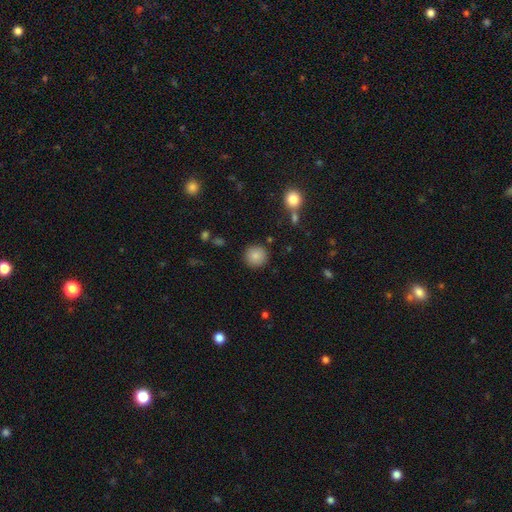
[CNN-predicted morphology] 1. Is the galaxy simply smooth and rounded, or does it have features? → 86% smooth, 9% star or artifact, 5% featured or disk.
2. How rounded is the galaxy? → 94% round, 5% in between, 1% cigar-shaped.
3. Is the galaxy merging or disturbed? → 88% none, 7% minor disturbance, 3% major disturbance, 2% merger.